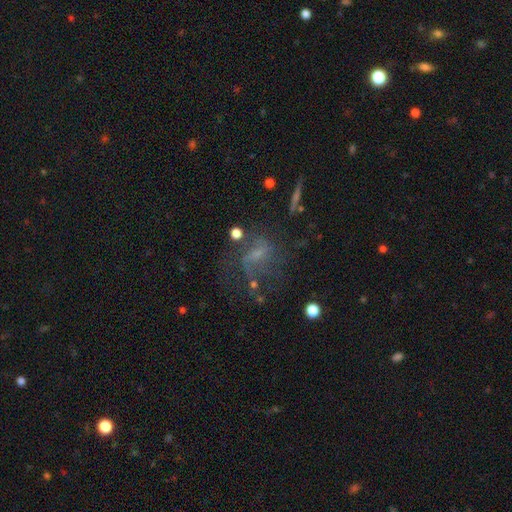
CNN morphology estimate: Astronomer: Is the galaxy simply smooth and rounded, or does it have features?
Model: featured or disk — 59%.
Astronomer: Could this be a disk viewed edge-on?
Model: no — 96%.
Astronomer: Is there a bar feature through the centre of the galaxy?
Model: no — 44% (runner-up: weak, 43%).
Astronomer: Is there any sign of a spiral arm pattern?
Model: yes — 70%.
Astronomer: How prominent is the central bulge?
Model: small — 45% (runner-up: none, 31%).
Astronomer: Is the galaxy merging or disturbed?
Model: none — 47% (runner-up: major disturbance, 28%).